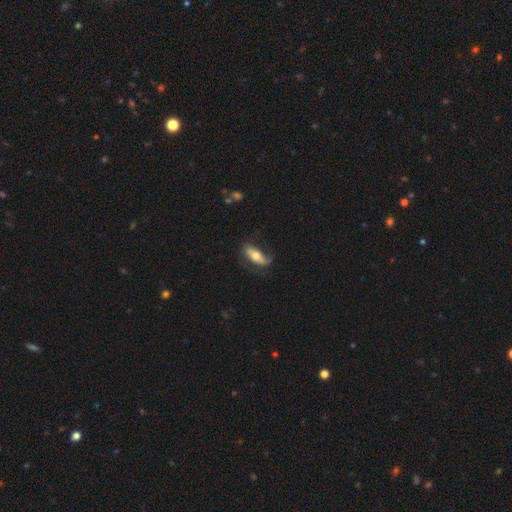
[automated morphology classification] A featured or disk galaxy (49%). Merging: none (59%).